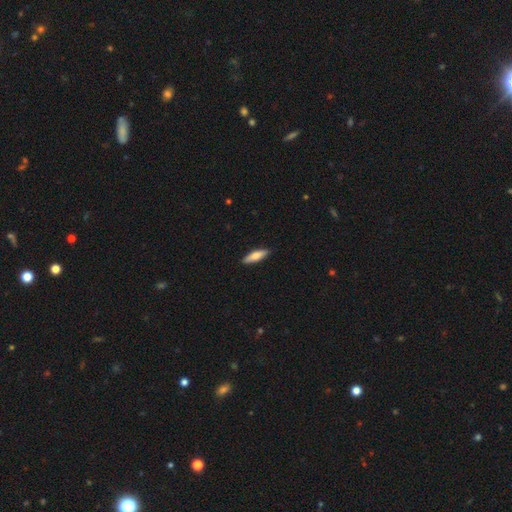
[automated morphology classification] type=smooth (75%); roundness=cigar-shaped (61%); merging=none (90%).